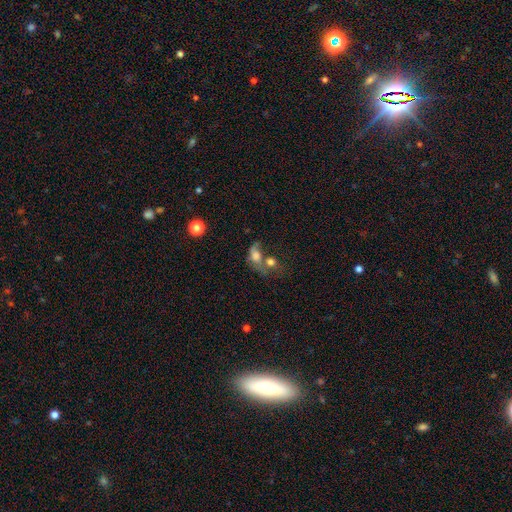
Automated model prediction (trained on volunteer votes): Smooth or featured: smooth — 60% (featured or disk — 27%)
How rounded: in between — 67% (round — 30%)
Merging: merger — 47% (major disturbance — 25%)